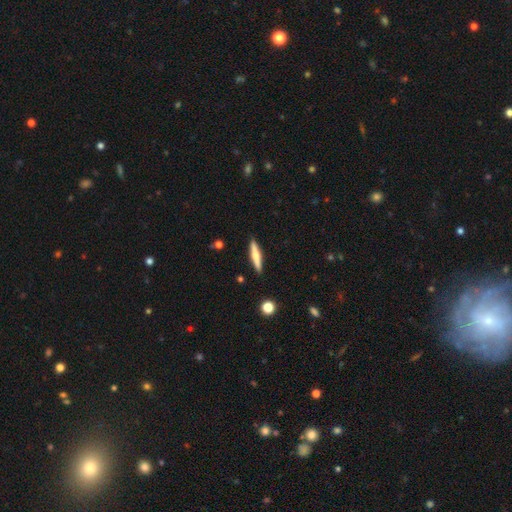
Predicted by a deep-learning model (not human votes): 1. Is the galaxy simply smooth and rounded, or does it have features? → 50% smooth, 44% featured or disk, 6% star or artifact.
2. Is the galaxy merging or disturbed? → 90% none, 7% minor disturbance, 1% major disturbance, 1% merger.